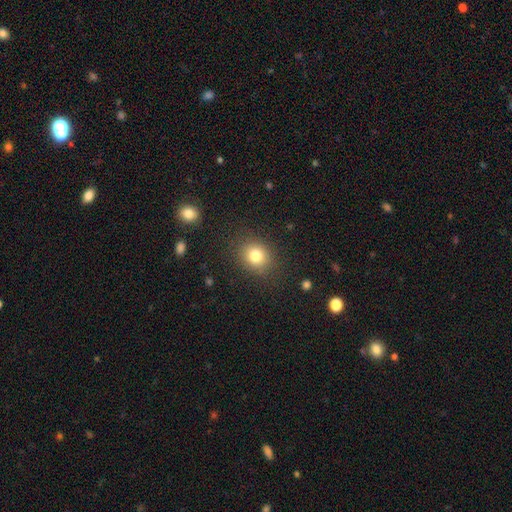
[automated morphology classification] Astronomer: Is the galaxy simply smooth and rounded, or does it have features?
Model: smooth — 81%.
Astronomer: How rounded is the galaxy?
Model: round — 70%.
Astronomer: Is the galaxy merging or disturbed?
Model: none — 85%.